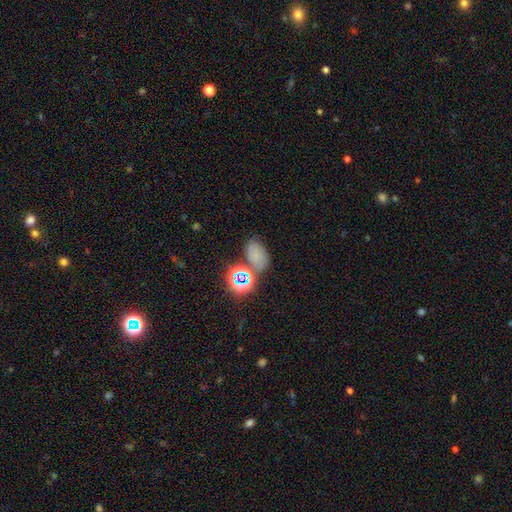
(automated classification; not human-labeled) This appears to be a smooth galaxy with no disk features (58%) that is in between round and cigar-shaped (81%). Merging: none (59%).